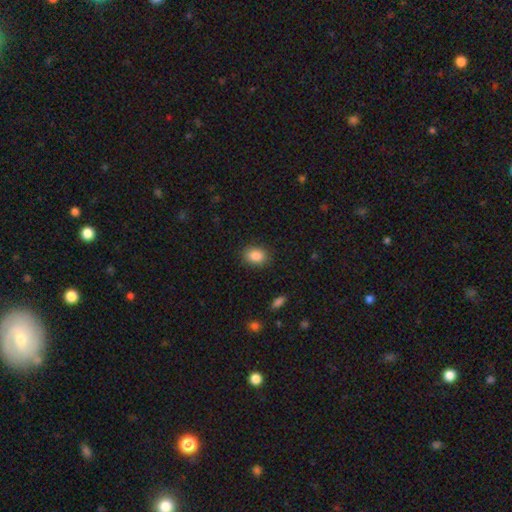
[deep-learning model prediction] A smooth galaxy with no disk features (87%) that is in between round and cigar-shaped (70%).

Vote fractions:
- Smooth or featured? smooth: 87% / star or artifact: 8% / featured or disk: 5%
- How rounded? in between: 70% / round: 28% / cigar-shaped: 1%
- Merging? none: 87% / minor disturbance: 9% / major disturbance: 3% / merger: 1%